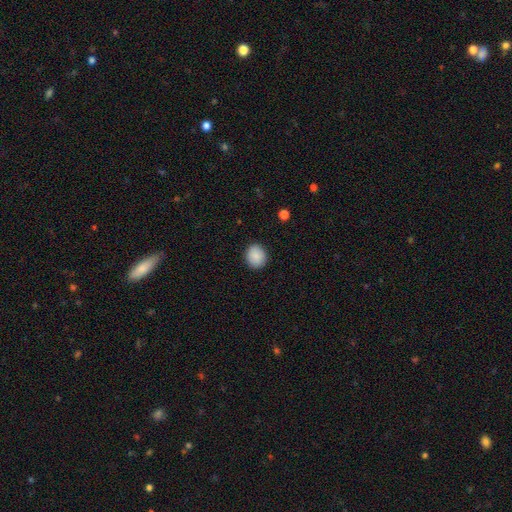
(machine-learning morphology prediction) Smooth or featured? Predicted: smooth (p=0.88). How rounded? Predicted: round (p=0.71). Merging? Predicted: none (p=0.89).